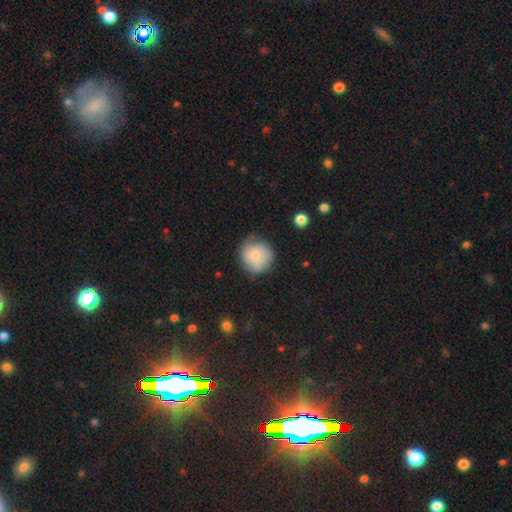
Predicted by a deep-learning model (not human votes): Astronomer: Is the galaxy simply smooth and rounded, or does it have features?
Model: smooth — 74%.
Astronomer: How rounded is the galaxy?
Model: round — 90%.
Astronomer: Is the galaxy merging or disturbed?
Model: none — 62%.